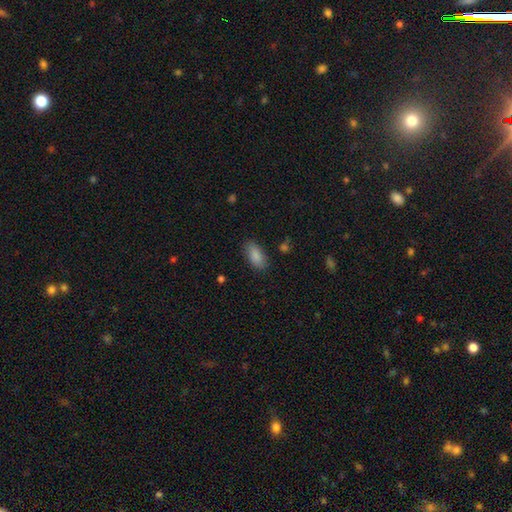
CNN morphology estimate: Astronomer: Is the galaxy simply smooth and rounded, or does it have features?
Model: smooth — 87%.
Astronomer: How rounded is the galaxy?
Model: in between — 91%.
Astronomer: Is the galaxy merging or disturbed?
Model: none — 83%.